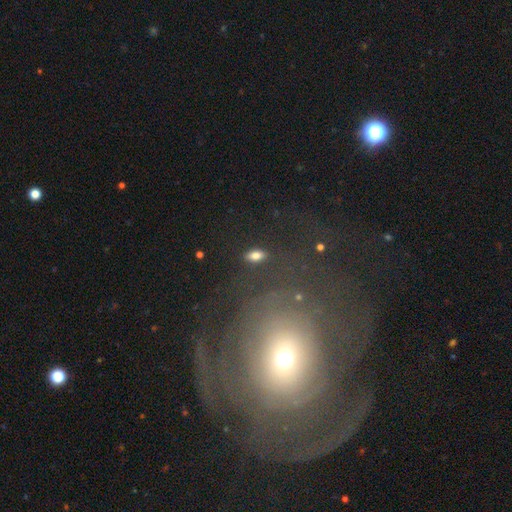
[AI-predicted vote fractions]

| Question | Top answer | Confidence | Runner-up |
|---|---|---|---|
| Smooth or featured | smooth | 80% | star or artifact (11%) |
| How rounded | in between | 88% | cigar-shaped (7%) |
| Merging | none | 86% | minor disturbance (9%) |